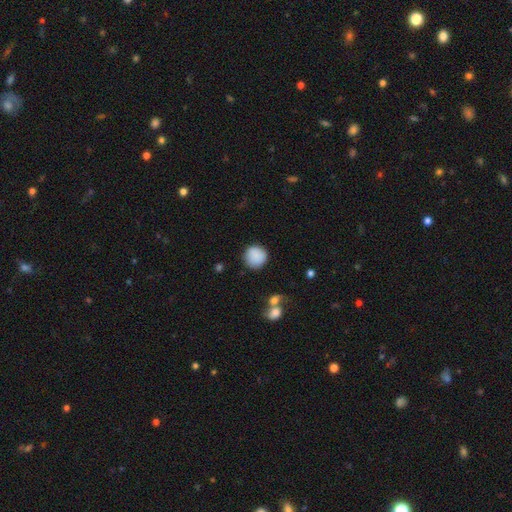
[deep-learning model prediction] This is clearly a smooth galaxy (88%). How rounded: clearly round (93%). Merging: clearly none (84%).